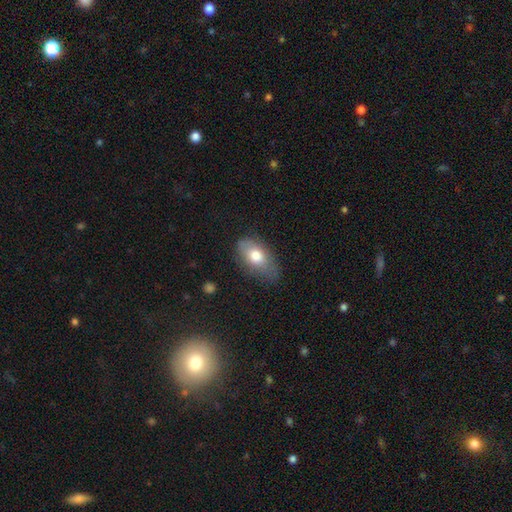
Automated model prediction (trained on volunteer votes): Smooth or featured?
  - smooth: 73% *
  - featured or disk: 20%
  - star or artifact: 7%
How rounded?
  - in between: 90% *
  - round: 7%
  - cigar-shaped: 3%
Merging?
  - none: 65% *
  - minor disturbance: 26%
  - major disturbance: 7%
  - merger: 2%